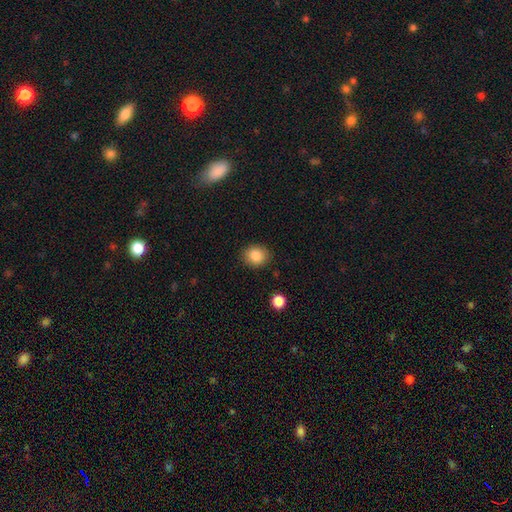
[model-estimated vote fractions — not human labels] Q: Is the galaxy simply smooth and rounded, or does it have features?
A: smooth — 85%.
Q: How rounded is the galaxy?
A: round — 69%.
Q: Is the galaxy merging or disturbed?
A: none — 89%.